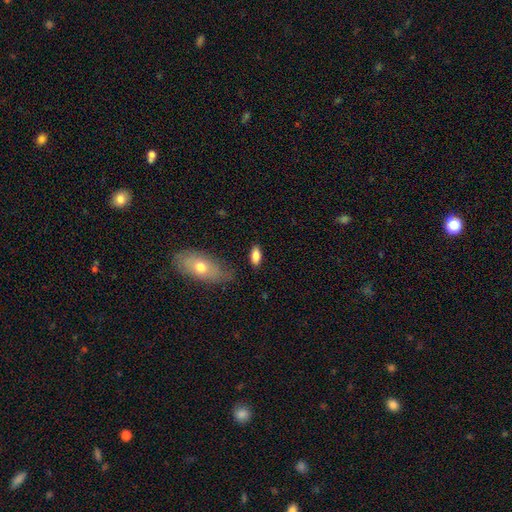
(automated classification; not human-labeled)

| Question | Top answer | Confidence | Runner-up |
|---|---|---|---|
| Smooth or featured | smooth | 84% | featured or disk (9%) |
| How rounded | in between | 83% | cigar-shaped (14%) |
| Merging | none | 81% | minor disturbance (12%) |